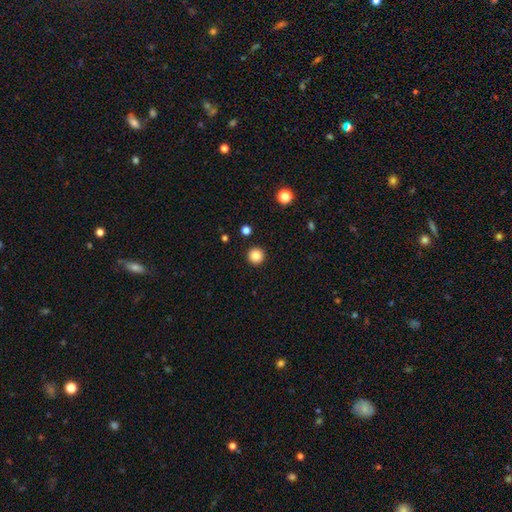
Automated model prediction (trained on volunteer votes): This is clearly a smooth galaxy (84%). How rounded: clearly round (96%). Merging: clearly none (93%).